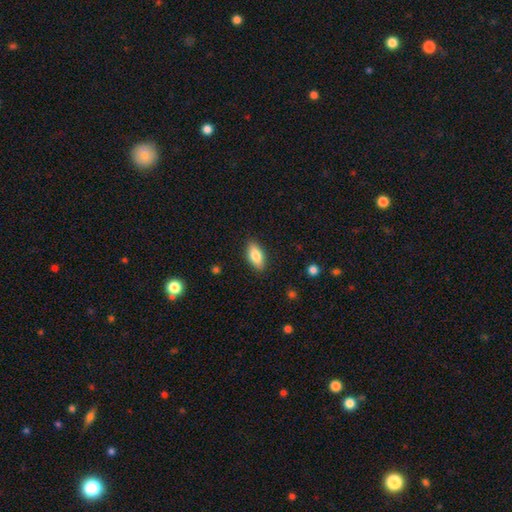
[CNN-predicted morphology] smooth-or-featured: smooth: 78% | featured or disk: 15% | star or artifact: 7%
  how-rounded: in between: 84% | cigar-shaped: 13% | round: 3%
  merging: none: 87% | minor disturbance: 10% | major disturbance: 2% | merger: 1%